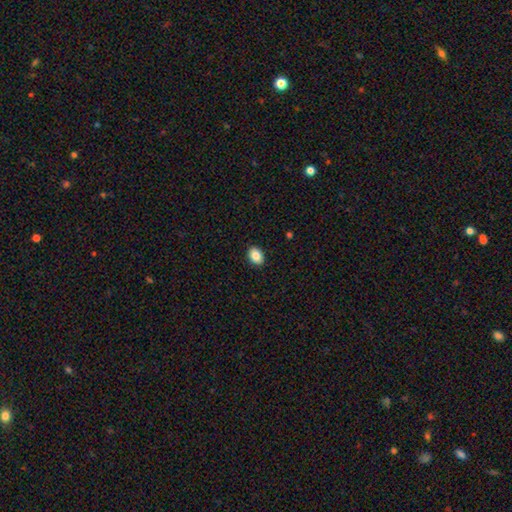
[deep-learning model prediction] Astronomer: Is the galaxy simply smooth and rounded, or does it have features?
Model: smooth — 87%.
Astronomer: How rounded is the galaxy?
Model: in between — 73%.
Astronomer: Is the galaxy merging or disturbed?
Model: none — 91%.